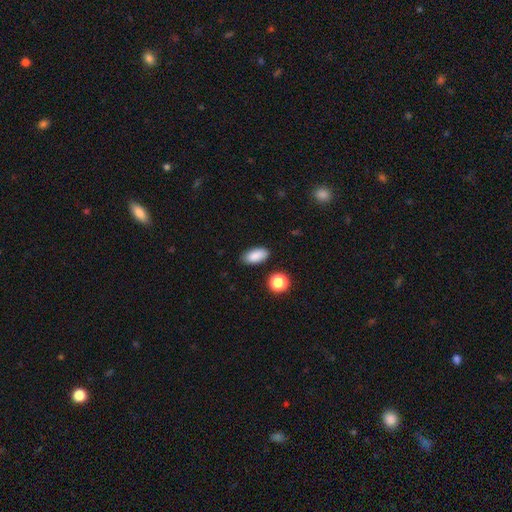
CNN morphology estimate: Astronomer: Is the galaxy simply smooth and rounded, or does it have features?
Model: smooth — 88%.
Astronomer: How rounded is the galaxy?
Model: in between — 91%.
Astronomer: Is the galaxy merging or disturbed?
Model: none — 86%.